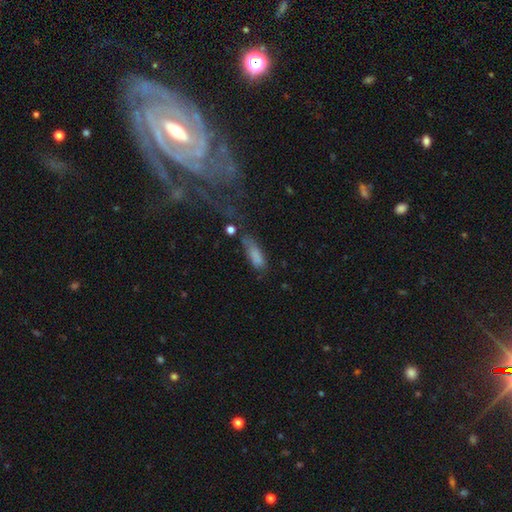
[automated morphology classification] The model was most divided on "how rounded": cigar-shaped: 49%, in between: 48%, round: 3%. Remaining: smooth or featured — smooth (74%); merging — none (40%).